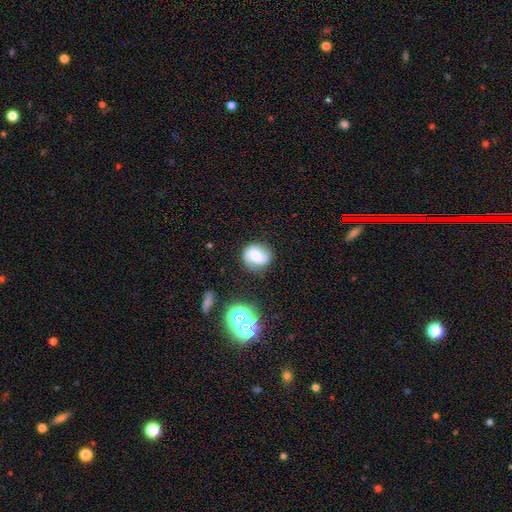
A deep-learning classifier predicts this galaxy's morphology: Smooth or featured?
  - featured or disk: 51% *
  - smooth: 39%
  - star or artifact: 10%
Edge-on disk?
  - no: 97% *
  - yes: 3%
Merging?
  - none: 73% *
  - minor disturbance: 18%
  - major disturbance: 6%
  - merger: 3%